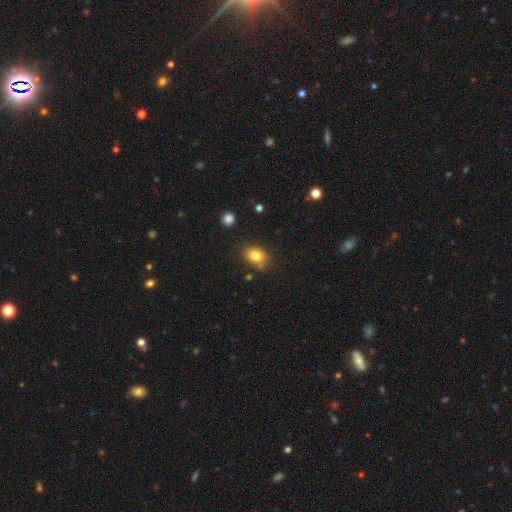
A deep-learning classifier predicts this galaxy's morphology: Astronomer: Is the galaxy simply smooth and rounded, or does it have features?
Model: smooth — 82%.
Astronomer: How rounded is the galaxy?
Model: in between — 59% (runner-up: round, 40%).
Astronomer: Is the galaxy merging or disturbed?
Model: none — 76%.